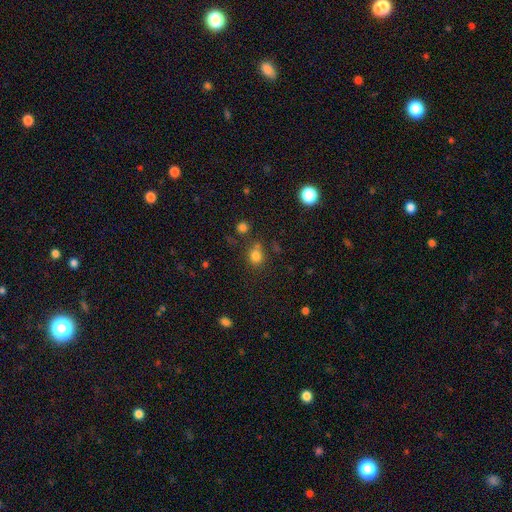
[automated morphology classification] Q: Smooth or featured?
A: smooth (79%); runner-up: star or artifact (14%)
Q: How rounded?
A: round (77%); runner-up: in between (22%)
Q: Merging?
A: none (68%); runner-up: merger (14%)